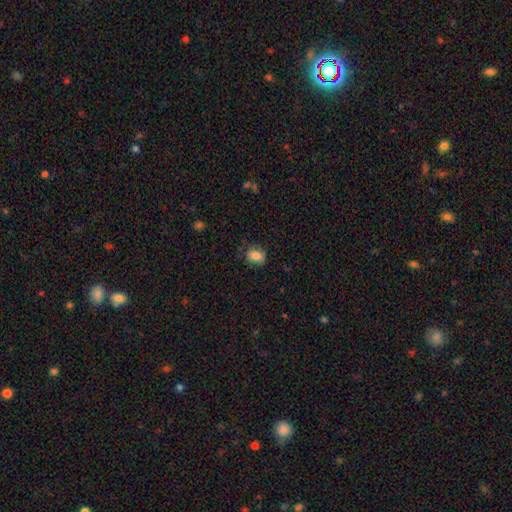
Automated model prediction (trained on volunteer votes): smooth_or_featured: smooth (p=0.82) [alt: star or artifact p=0.09]
how_rounded: in between (p=0.64) [alt: round p=0.35]
merging: none (p=0.72) [alt: minor disturbance p=0.21]